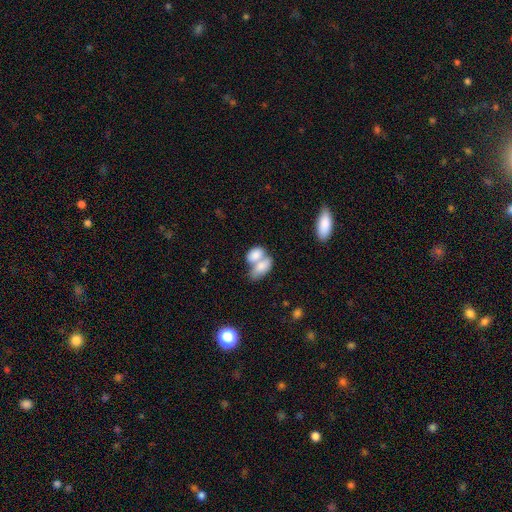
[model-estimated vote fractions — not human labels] The model was most divided on "merging": merger: 73%, none: 16%, minor disturbance: 7%, major disturbance: 4%. More confident: how rounded — in between (90%); smooth or featured — smooth (79%).